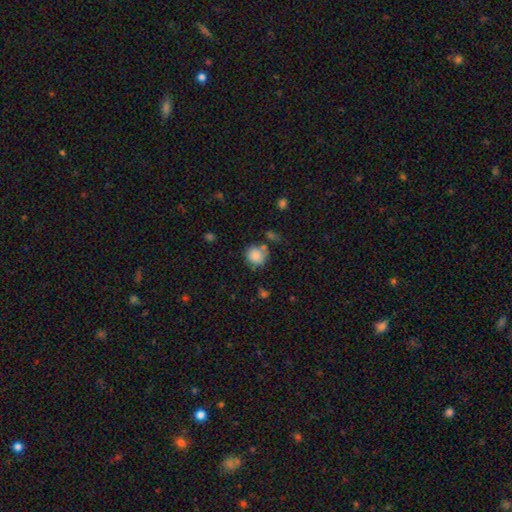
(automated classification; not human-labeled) smooth 83%, star or artifact 9%, featured or disk 8%. Down the decision tree: how rounded — round (87%); merging — none (66%).